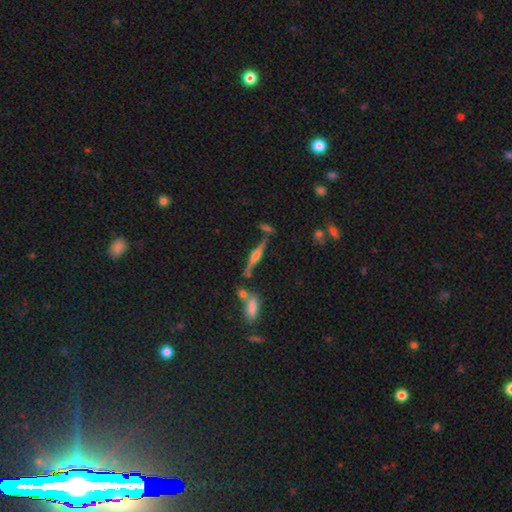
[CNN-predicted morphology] Smooth or featured: featured or disk — 71% (smooth — 21%)
Edge-on disk: yes — 96% (no — 4%)
Edge-on bulge: rounded — 83% (boxy — 12%)
Merging: none — 73% (minor disturbance — 13%)